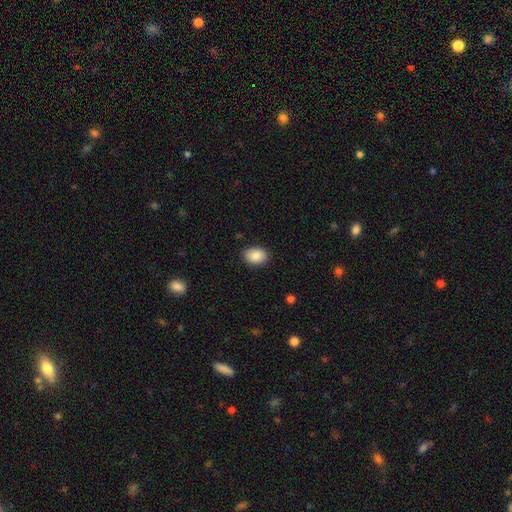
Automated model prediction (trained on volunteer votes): This is clearly a smooth galaxy (86%). How rounded: likely in between (75%). Merging: clearly none (86%).